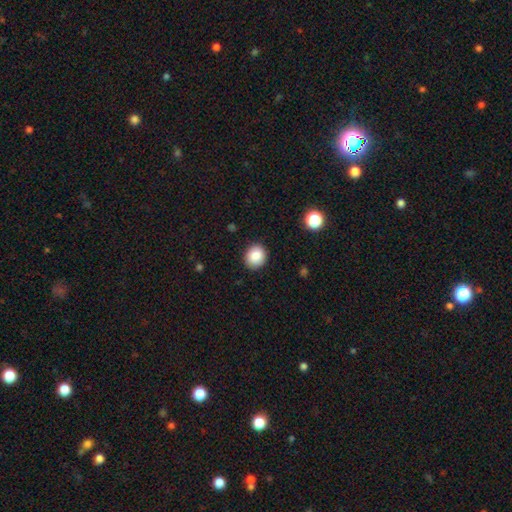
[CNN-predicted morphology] Smooth or featured? smooth (86%)
How rounded? round (73%)
Merging? none (90%)